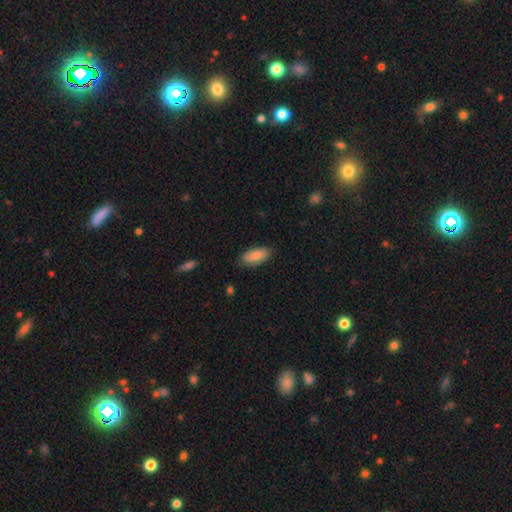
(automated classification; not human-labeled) A smooth galaxy with no disk features (87%) that is in between round and cigar-shaped (90%). Merging: none (81%).